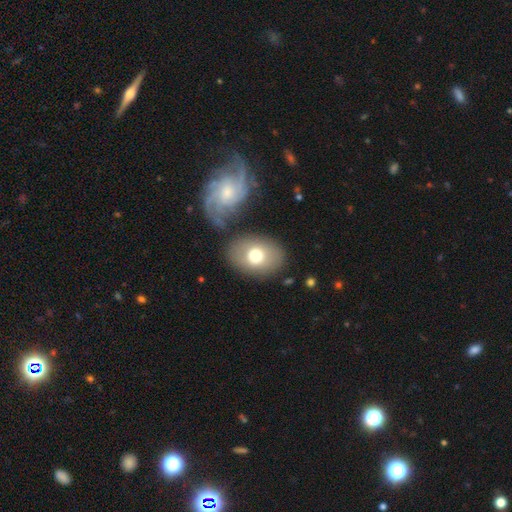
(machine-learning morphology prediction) smooth-or-featured: smooth: 70% | featured or disk: 23% | star or artifact: 7%
  how-rounded: in between: 70% | round: 28% | cigar-shaped: 1%
  merging: none: 73% | minor disturbance: 13% | merger: 9% | major disturbance: 5%